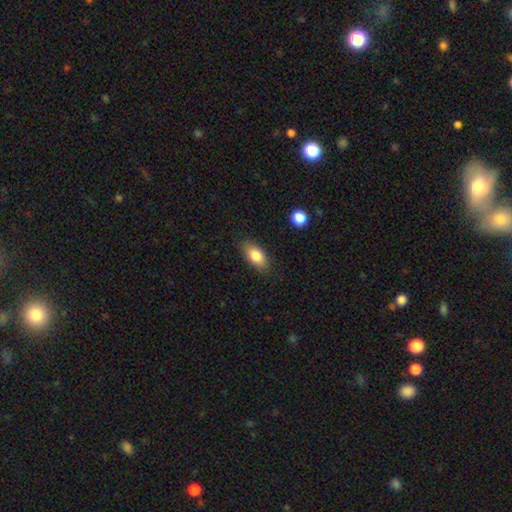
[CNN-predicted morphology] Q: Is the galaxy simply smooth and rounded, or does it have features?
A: smooth — 81%.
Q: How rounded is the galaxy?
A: in between — 89%.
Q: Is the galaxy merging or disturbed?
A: none — 84%.